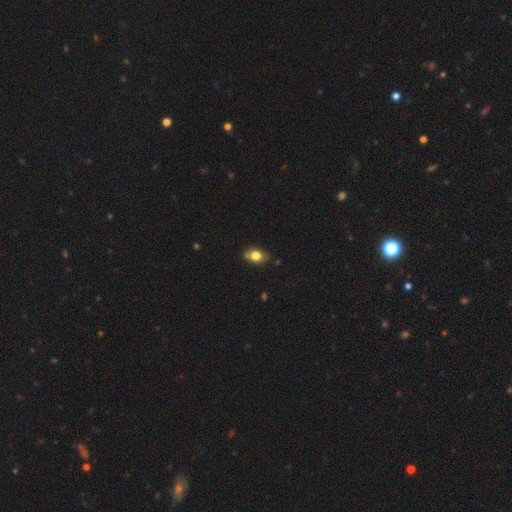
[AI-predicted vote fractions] smooth 76%, featured or disk 15%, star or artifact 10%. Down the decision tree: how rounded — in between (71%); merging — none (72%).